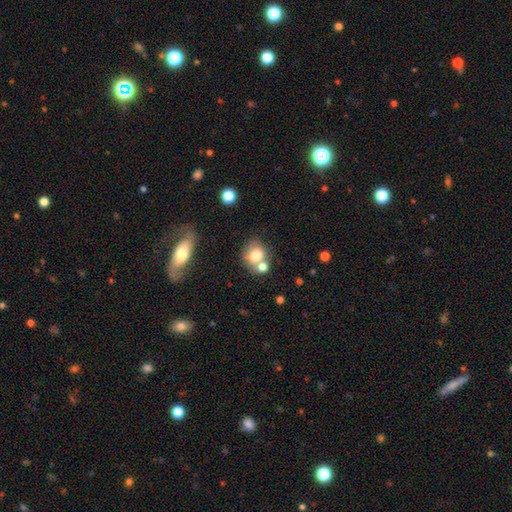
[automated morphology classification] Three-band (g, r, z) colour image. It shows a smooth galaxy with no disk features (75%) that is round (64%). Merging: none (43%).